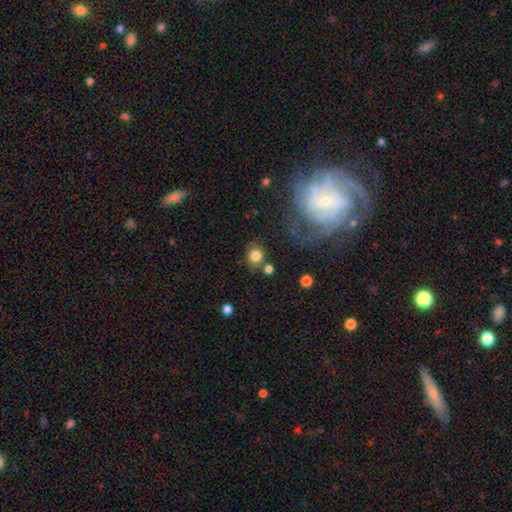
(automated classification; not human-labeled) Smooth or featured? Predicted: smooth (p=0.80). How rounded? Predicted: round (p=0.80). Merging? Predicted: none (p=0.75).